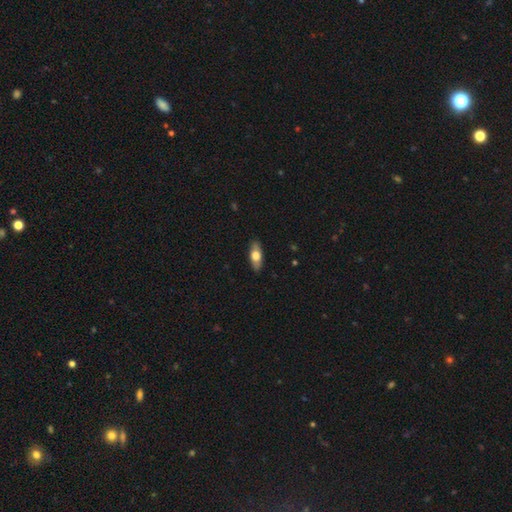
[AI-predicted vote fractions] This is likely a smooth galaxy (62%). How rounded: likely in between (77%). Merging: clearly none (87%).